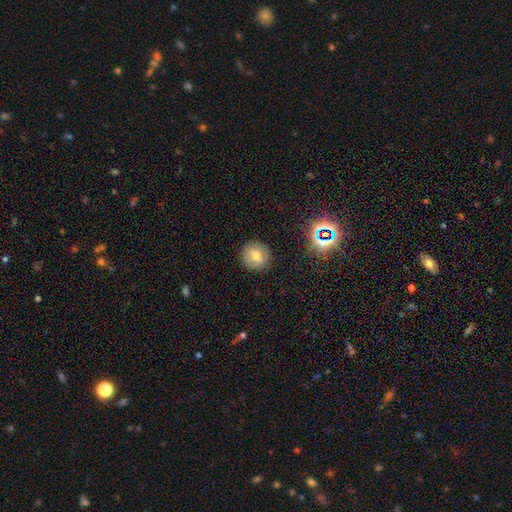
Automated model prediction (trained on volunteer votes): Smooth or featured? Predicted: smooth (p=0.71). How rounded? Predicted: round (p=0.91). Merging? Predicted: none (p=0.89).